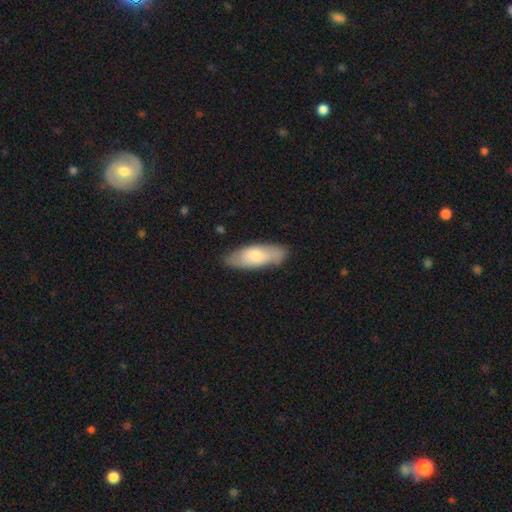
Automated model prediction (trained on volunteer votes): Morphology: type=smooth (67%); roundness=in between (71%); merging=none (80%).